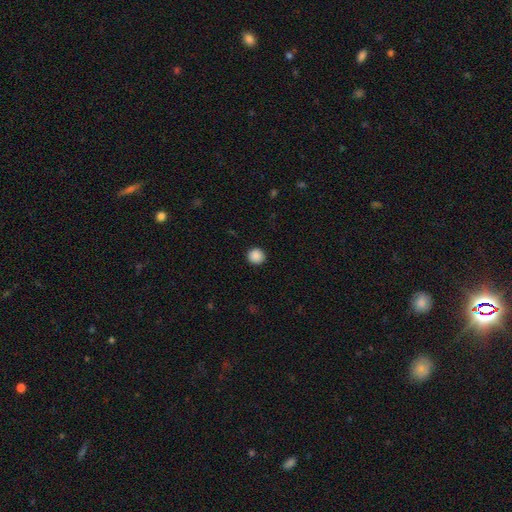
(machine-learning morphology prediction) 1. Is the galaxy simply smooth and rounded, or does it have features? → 89% smooth, 9% star or artifact, 2% featured or disk.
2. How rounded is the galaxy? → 94% round, 5% in between, 1% cigar-shaped.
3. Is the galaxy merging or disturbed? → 93% none, 5% minor disturbance, 2% major disturbance, 1% merger.